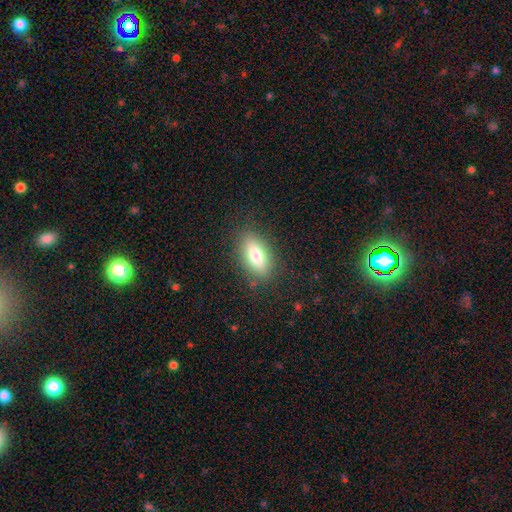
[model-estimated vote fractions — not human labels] The model was most divided on "smooth or featured": smooth: 70%, featured or disk: 21%, star or artifact: 8%. More confident: merging — none (84%); how rounded — in between (76%).